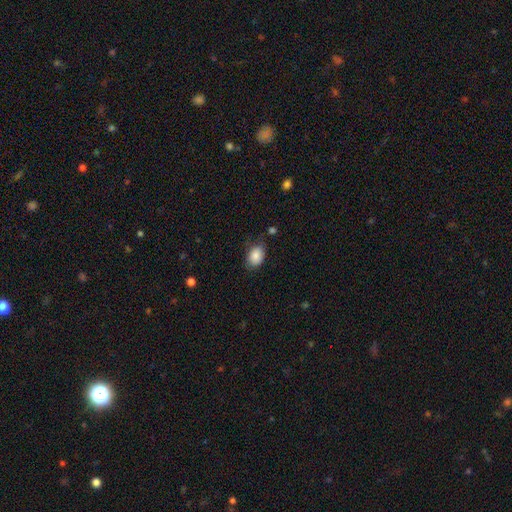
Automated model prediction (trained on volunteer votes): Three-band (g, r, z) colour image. It shows a smooth galaxy with no disk features (86%) that is in between round and cigar-shaped (79%). Merging: none (71%).